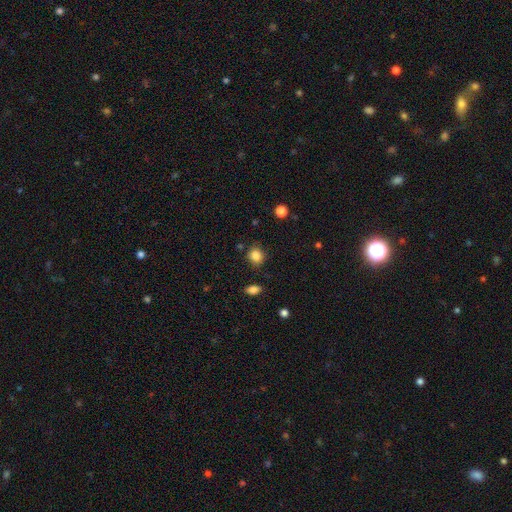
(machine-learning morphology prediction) This appears to be a smooth galaxy with no disk features (85%) that is round (74%). Merging: none (83%).